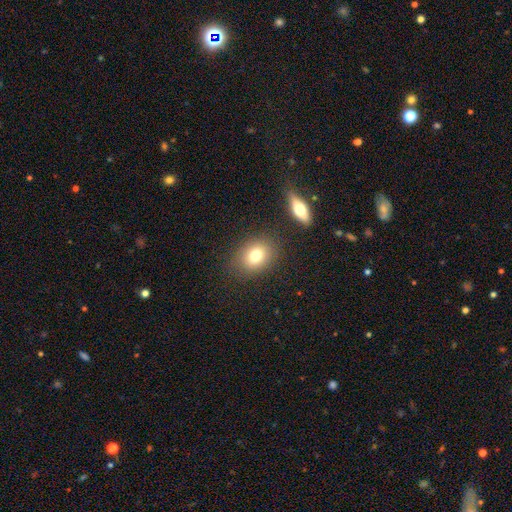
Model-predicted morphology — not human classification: A smooth galaxy with no disk features (77%) that is in between round and cigar-shaped (57%). Merging: none (80%).